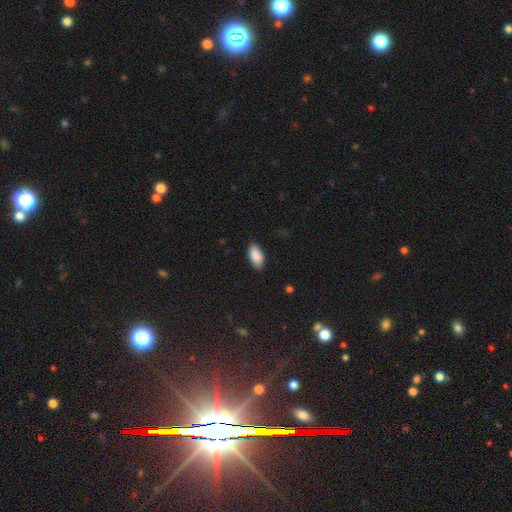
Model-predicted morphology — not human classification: smooth 89%, star or artifact 6%, featured or disk 4%. Down the decision tree: how rounded — in between (93%); merging — none (84%).